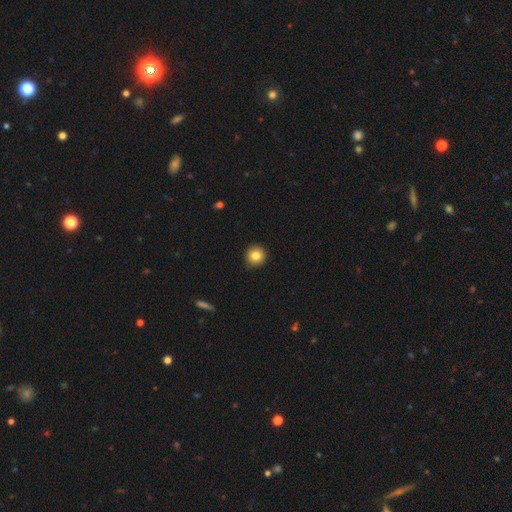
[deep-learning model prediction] Smooth or featured? smooth (83%)
How rounded? round (95%)
Merging? none (90%)